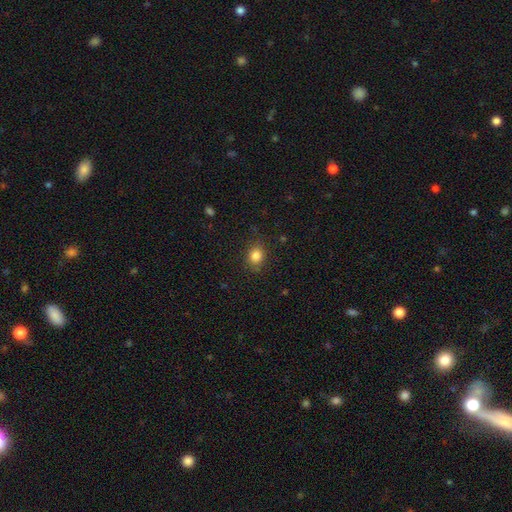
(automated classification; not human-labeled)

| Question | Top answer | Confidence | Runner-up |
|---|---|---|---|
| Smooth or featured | smooth | 84% | star or artifact (11%) |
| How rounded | round | 58% | in between (41%) |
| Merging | none | 84% | minor disturbance (11%) |